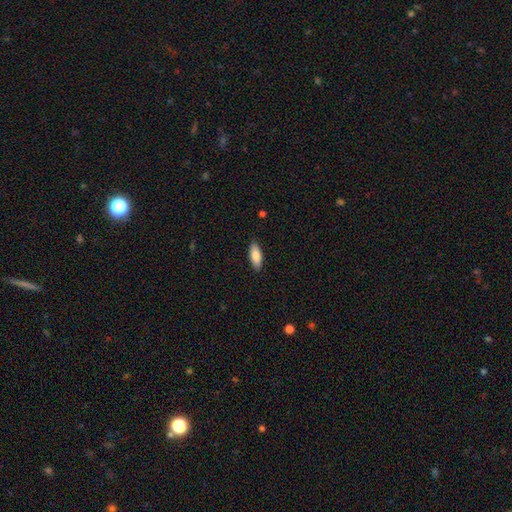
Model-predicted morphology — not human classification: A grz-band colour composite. It shows a smooth galaxy with no disk features (84%) that is in between round and cigar-shaped (77%). Merging: none (88%).